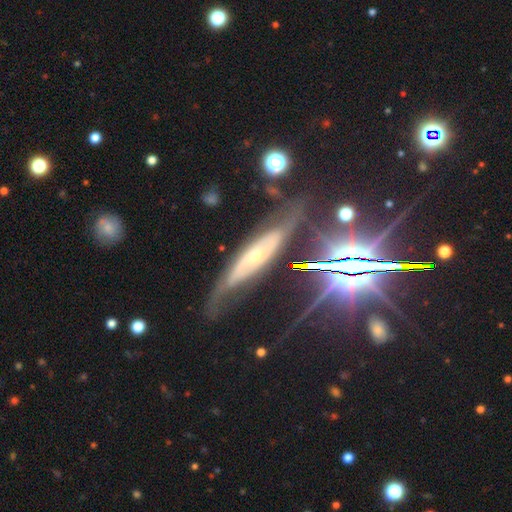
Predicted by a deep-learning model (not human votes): The model was most divided on "edge-on disk": no: 62%, yes: 38%. More confident: smooth or featured — featured or disk (71%); merging — none (61%).